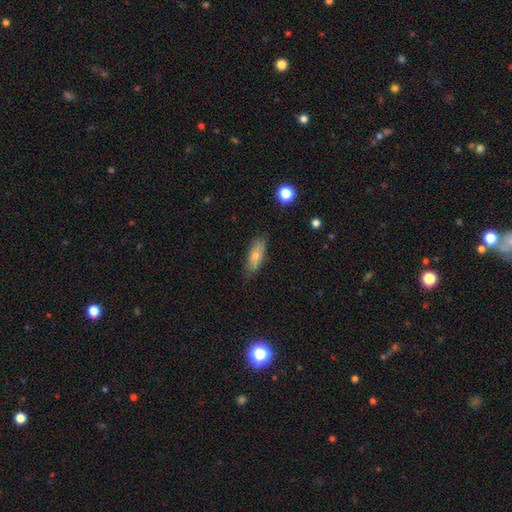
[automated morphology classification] This is likely a smooth galaxy (73%). How rounded: likely in between (72%). Merging: likely none (75%).